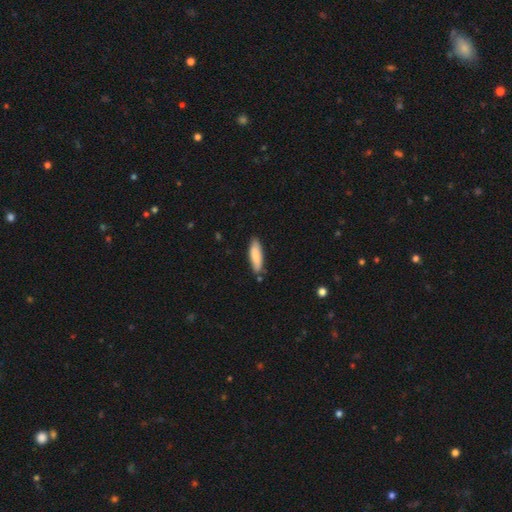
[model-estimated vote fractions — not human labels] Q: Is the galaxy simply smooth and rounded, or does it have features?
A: smooth — 81%.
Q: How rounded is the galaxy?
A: cigar-shaped — 56%.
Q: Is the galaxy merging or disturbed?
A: none — 79%.